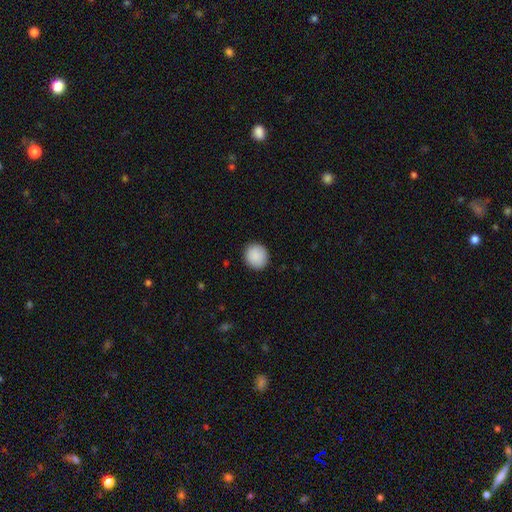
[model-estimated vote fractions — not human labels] This appears to be a smooth galaxy with no disk features (90%) that is round (87%). Merging: none (91%).